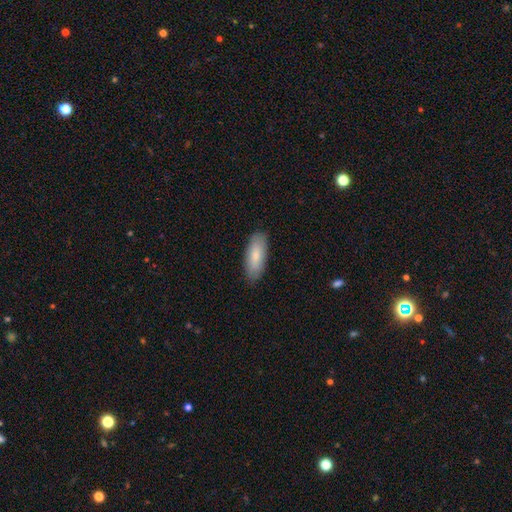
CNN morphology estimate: smooth-or-featured: smooth: 81% | featured or disk: 13% | star or artifact: 5%
  how-rounded: in between: 74% | cigar-shaped: 25% | round: 2%
  merging: none: 86% | minor disturbance: 11% | major disturbance: 2% | merger: 1%